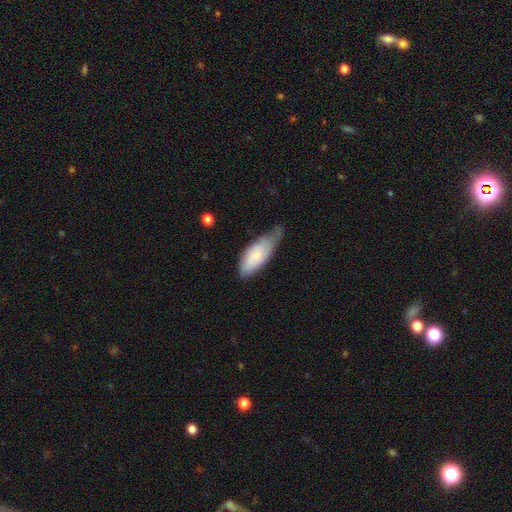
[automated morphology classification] A smooth galaxy with no disk features (67%) that is in between round and cigar-shaped (77%). Merging: minor disturbance (48%).